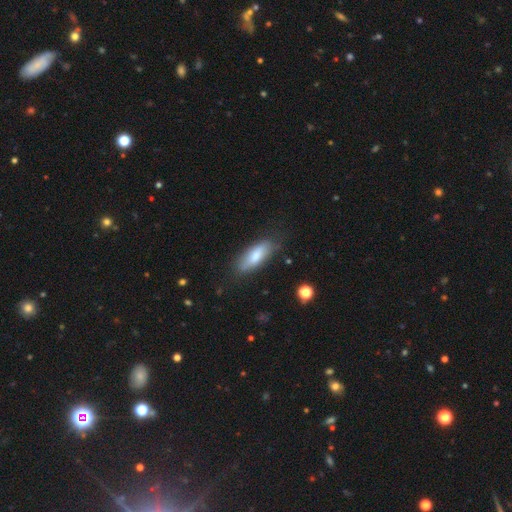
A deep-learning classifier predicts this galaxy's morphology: smooth_or_featured: smooth (p=0.75) [alt: featured or disk p=0.19]
how_rounded: in between (p=0.67) [alt: cigar-shaped p=0.31]
merging: none (p=0.74) [alt: minor disturbance p=0.19]